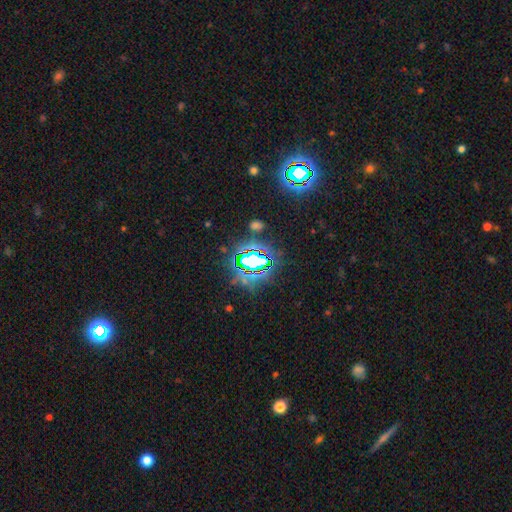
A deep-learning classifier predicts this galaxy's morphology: smooth_or_featured: star or artifact (p=0.71) [alt: smooth p=0.18]